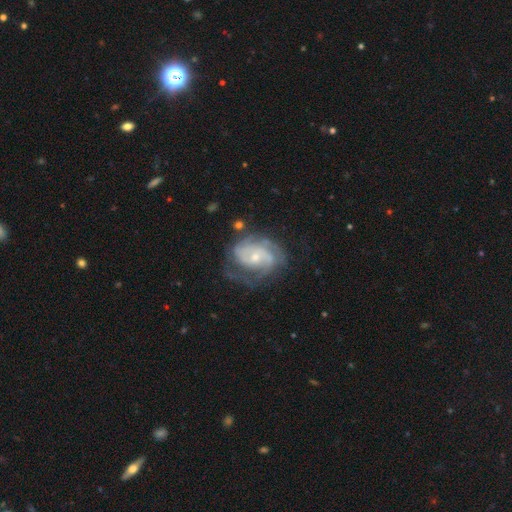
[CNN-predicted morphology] featured or disk 85%, smooth 10%, star or artifact 6%. Down the decision tree: edge-on disk — no (98%); bar — no (61%); spiral arms — yes (94%); spiral arm count — 2 (41%); spiral winding — tight (51%); bulge size — small (63%); merging — none (61%).